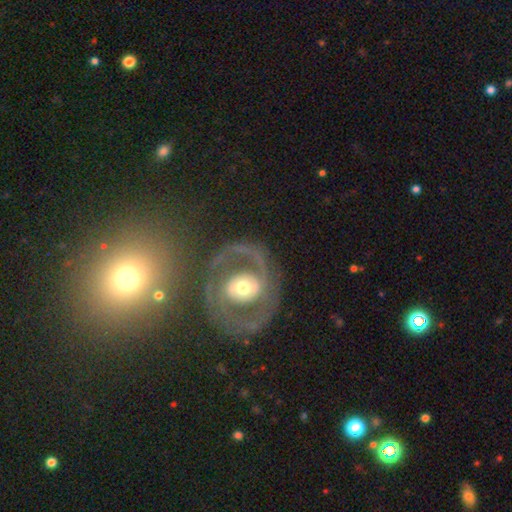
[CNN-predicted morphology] smooth-or-featured: featured or disk: 79% | smooth: 14% | star or artifact: 7%
  disk-edge-on: no: 97% | yes: 3%
    bar: no: 57% | weak: 27% | strong: 16%
    has-spiral-arms: yes: 75% | no: 25%
      spiral-winding: medium: 45% | tight: 38% | loose: 17%
      spiral-arm-count: 2: 79% | can't tell: 8% | 1: 7% | 3: 3% | 4: 2% | more than 4: 2%
    bulge-size: moderate: 67% | small: 19% | large: 11% | dominant: 2% | none: 1%
  merging: none: 69% | minor disturbance: 14% | major disturbance: 11% | merger: 6%